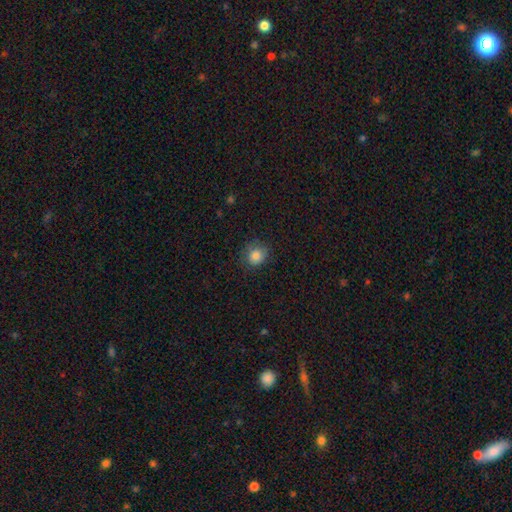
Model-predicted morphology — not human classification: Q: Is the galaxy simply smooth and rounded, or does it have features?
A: smooth — 84%.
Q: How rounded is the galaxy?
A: round — 80%.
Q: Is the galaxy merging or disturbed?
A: none — 79%.